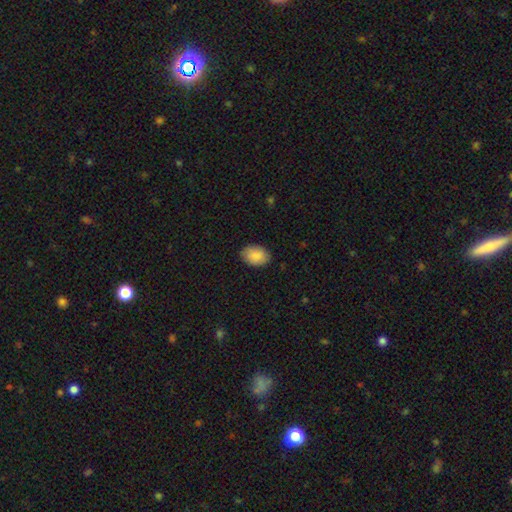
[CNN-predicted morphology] Smooth or featured? smooth (89%)
How rounded? in between (84%)
Merging? none (86%)